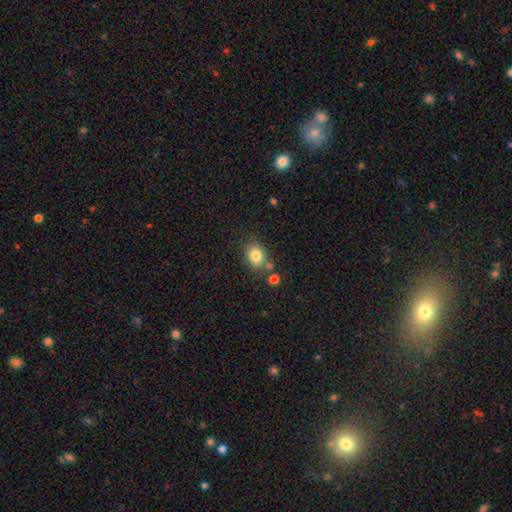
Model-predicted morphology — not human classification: Smooth or featured: smooth — 83% (star or artifact — 10%)
How rounded: round — 50% (in between — 49%)
Merging: none — 72% (minor disturbance — 13%)